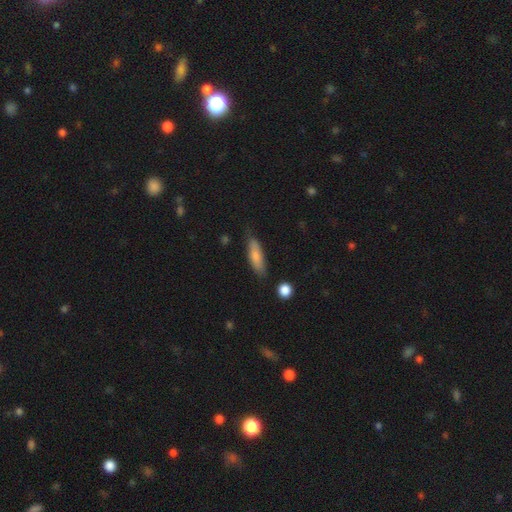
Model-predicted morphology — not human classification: Smooth or featured?
  - smooth: 75% *
  - featured or disk: 18%
  - star or artifact: 6%
How rounded?
  - cigar-shaped: 51% *
  - in between: 47%
  - round: 2%
Merging?
  - none: 73% *
  - minor disturbance: 20%
  - major disturbance: 4%
  - merger: 3%